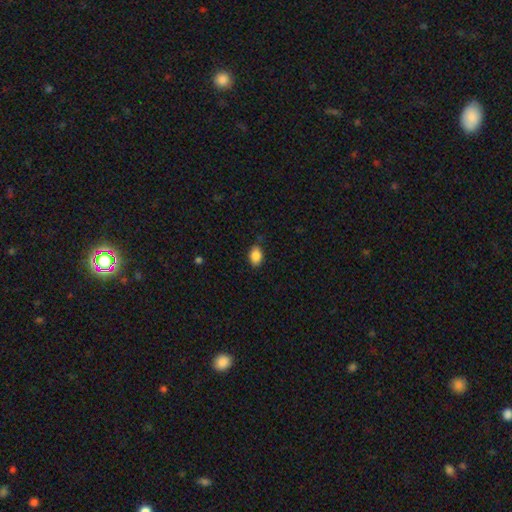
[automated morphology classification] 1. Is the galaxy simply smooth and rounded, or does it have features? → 87% smooth, 8% star or artifact, 5% featured or disk.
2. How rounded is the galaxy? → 80% in between, 19% round, 1% cigar-shaped.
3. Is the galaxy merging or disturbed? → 79% none, 16% minor disturbance, 3% major disturbance, 1% merger.